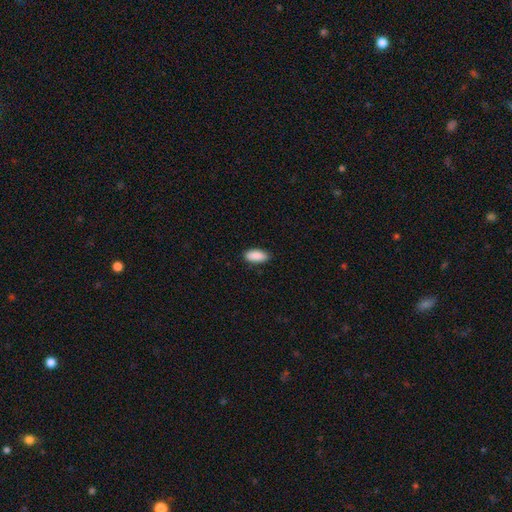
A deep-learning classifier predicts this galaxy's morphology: Overall: smooth (91%). How rounded: in between (90%). Merging: none (88%).